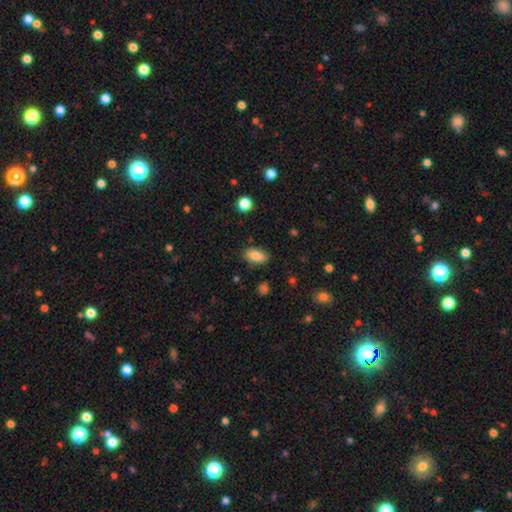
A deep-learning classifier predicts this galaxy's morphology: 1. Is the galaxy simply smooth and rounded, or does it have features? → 84% smooth, 9% featured or disk, 8% star or artifact.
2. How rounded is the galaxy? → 92% in between, 4% round, 4% cigar-shaped.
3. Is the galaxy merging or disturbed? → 83% none, 12% minor disturbance, 3% major disturbance, 2% merger.